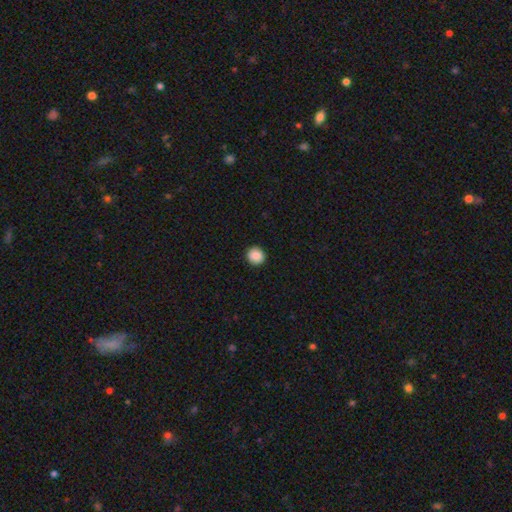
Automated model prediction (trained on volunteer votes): Smooth or featured?
  - smooth: 88% *
  - star or artifact: 8%
  - featured or disk: 4%
How rounded?
  - round: 89% *
  - in between: 10%
  - cigar-shaped: 1%
Merging?
  - none: 92% *
  - minor disturbance: 6%
  - major disturbance: 2%
  - merger: 1%